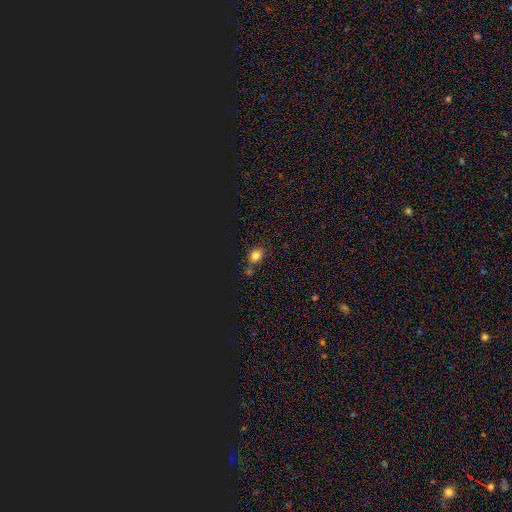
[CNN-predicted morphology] Overall: smooth (75%). How rounded: in between (51%; round 47%). Merging: none (68%).